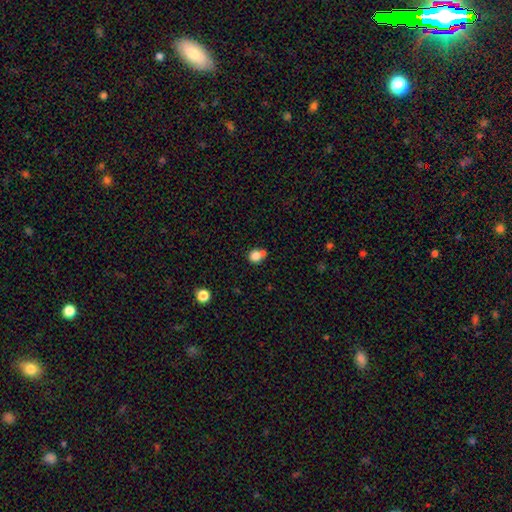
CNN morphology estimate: Smooth or featured?
  - smooth: 81% *
  - star or artifact: 11%
  - featured or disk: 8%
How rounded?
  - round: 78% *
  - in between: 21%
  - cigar-shaped: 1%
Merging?
  - none: 47% *
  - merger: 35%
  - minor disturbance: 13%
  - major disturbance: 5%